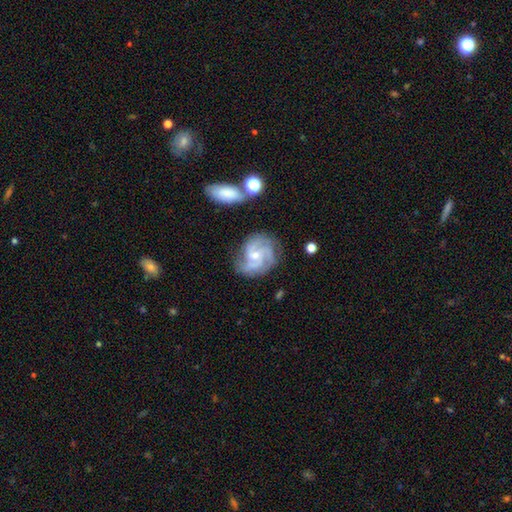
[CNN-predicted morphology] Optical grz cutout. It shows a featured or disk galaxy (85%) with no bar (57%), 3 (49%) medium (49%) spiral arms (97%) and a small central bulge (61%). Merging: none (71%).